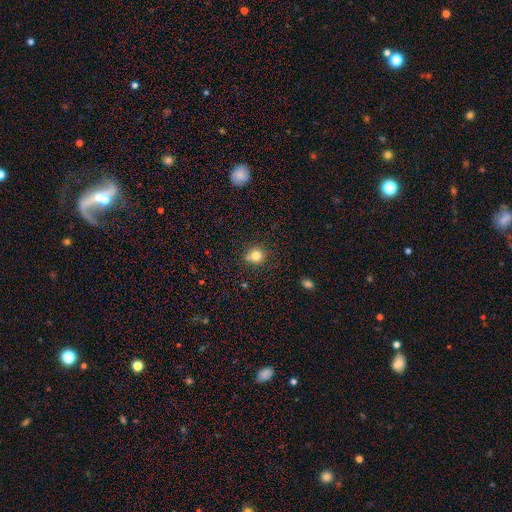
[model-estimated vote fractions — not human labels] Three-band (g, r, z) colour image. It shows a smooth galaxy with no disk features (81%) that is round (89%). Merging: none (78%).